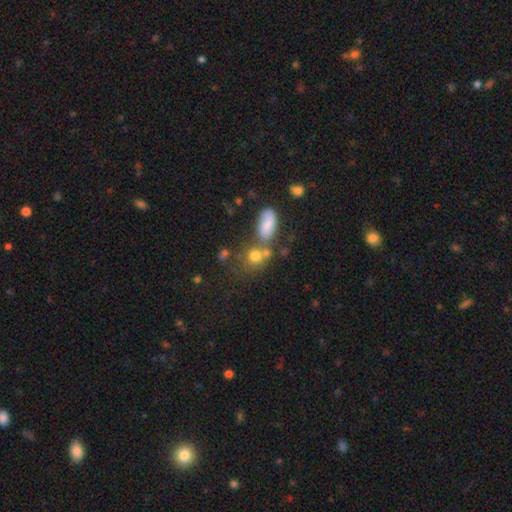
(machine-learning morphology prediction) Smooth or featured?
  - smooth: 74% *
  - star or artifact: 13%
  - featured or disk: 12%
How rounded?
  - round: 65% *
  - in between: 32%
  - cigar-shaped: 3%
Merging?
  - none: 49% *
  - merger: 32%
  - minor disturbance: 13%
  - major disturbance: 7%